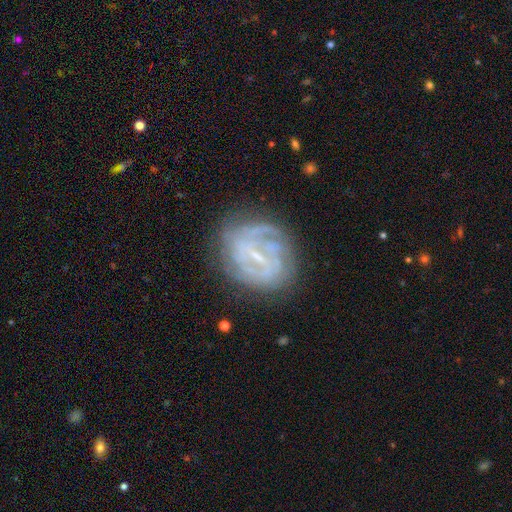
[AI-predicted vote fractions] Morphology: type=featured or disk (78%); edge-on=no (97%); bar=weak (46%); spiral arms=yes (82%); winding=tight (63%); arm count=can't tell (43%); bulge=small (68%); merging=none (70%).